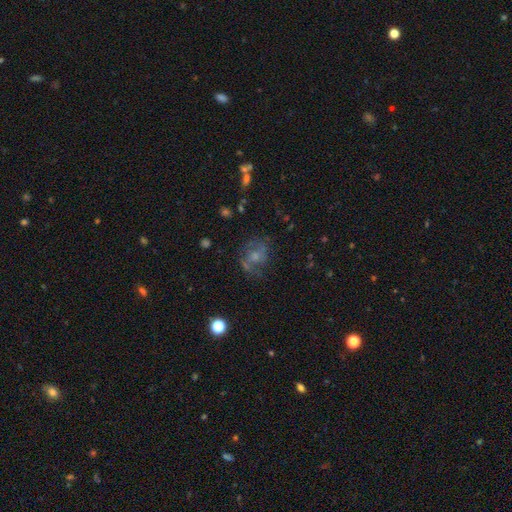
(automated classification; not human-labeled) A featured or disk galaxy (53%) with no bar (70%), spiral arms (63%) and a moderate central bulge (45%). Merging: none (56%).